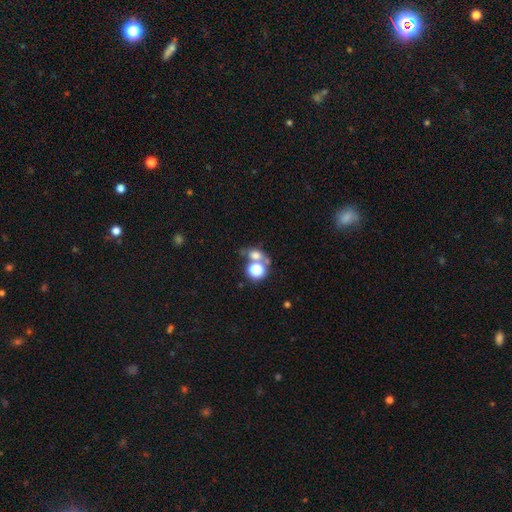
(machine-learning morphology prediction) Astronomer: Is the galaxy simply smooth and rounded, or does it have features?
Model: smooth — 59%.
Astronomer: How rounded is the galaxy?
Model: round — 48% (runner-up: in between, 47%).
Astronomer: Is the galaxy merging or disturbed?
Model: none — 41% (runner-up: merger, 38%).